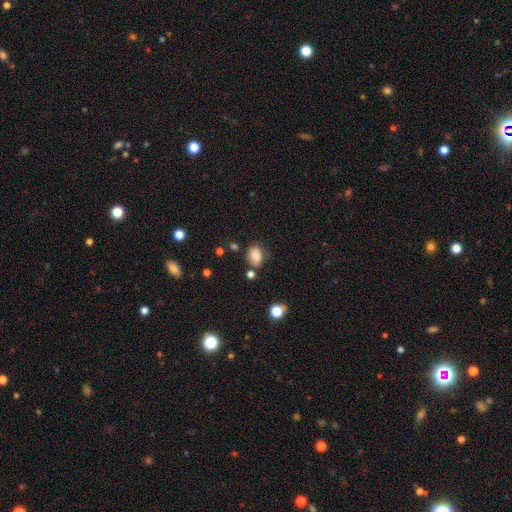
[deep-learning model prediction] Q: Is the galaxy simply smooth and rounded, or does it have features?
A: smooth — 82%.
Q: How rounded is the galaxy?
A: in between — 73%.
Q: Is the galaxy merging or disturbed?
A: none — 61%.